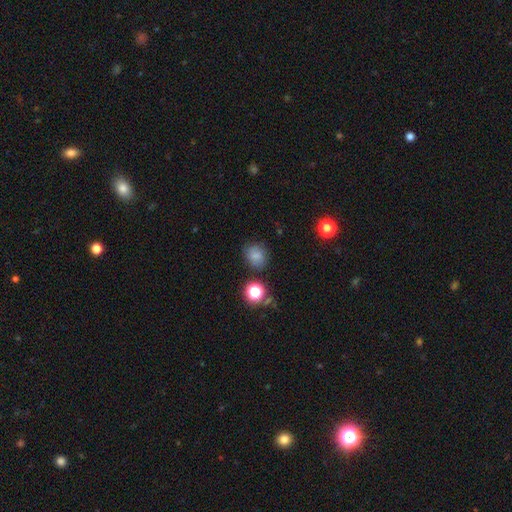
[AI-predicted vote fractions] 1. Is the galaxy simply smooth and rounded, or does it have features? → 74% smooth, 17% star or artifact, 9% featured or disk.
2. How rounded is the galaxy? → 71% round, 28% in between, 1% cigar-shaped.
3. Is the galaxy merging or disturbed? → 75% none, 16% minor disturbance, 5% major disturbance, 4% merger.